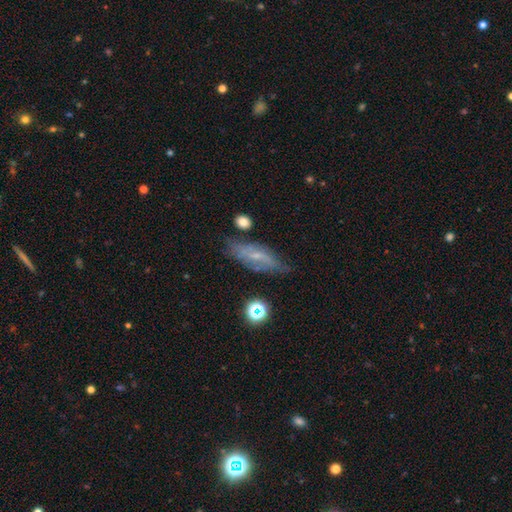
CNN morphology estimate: Smooth or featured? Predicted: featured or disk (p=0.53). Edge-on disk? Predicted: no (p=0.70). Merging? Predicted: none (p=0.65).